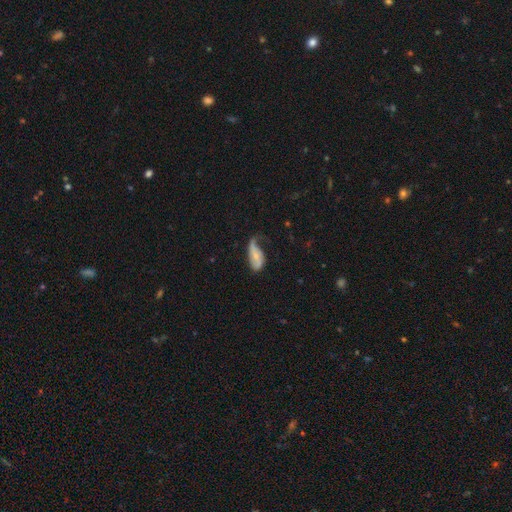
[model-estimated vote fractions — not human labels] Smooth or featured?
  - featured or disk: 49% *
  - smooth: 44%
  - star or artifact: 7%
Merging?
  - major disturbance: 38% *
  - minor disturbance: 34%
  - none: 25%
  - merger: 3%